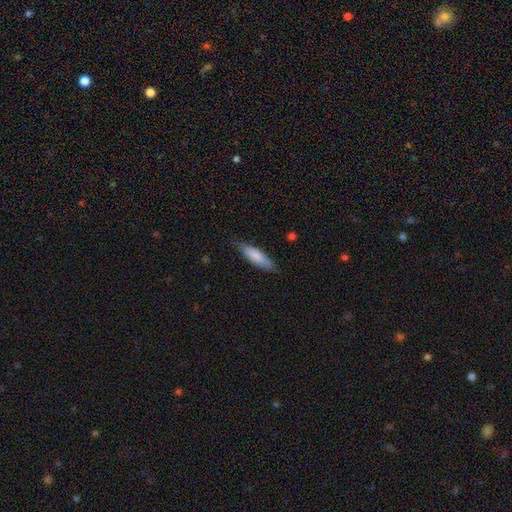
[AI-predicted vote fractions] A smooth galaxy with no disk features (78%) that is cigar-shaped (59%). Merging: none (76%).